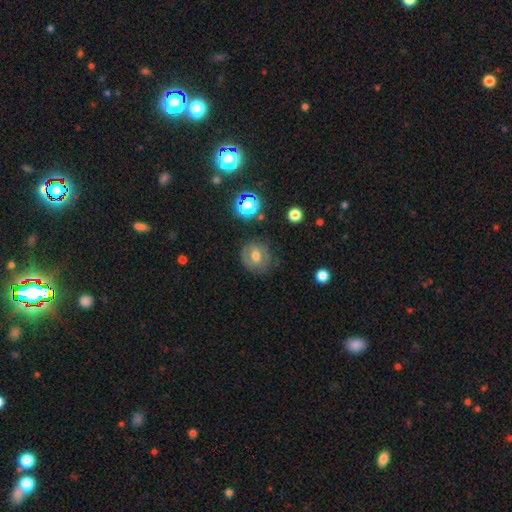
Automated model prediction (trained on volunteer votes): Smooth or featured? smooth (57%)
How rounded? round (78%)
Merging? none (76%)